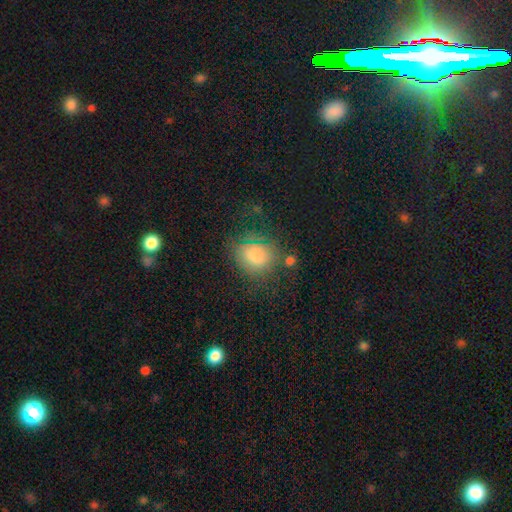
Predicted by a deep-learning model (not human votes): Smooth or featured?
  - smooth: 77% *
  - star or artifact: 12%
  - featured or disk: 11%
How rounded?
  - round: 56% *
  - in between: 43%
  - cigar-shaped: 2%
Merging?
  - none: 66% *
  - minor disturbance: 20%
  - major disturbance: 9%
  - merger: 4%